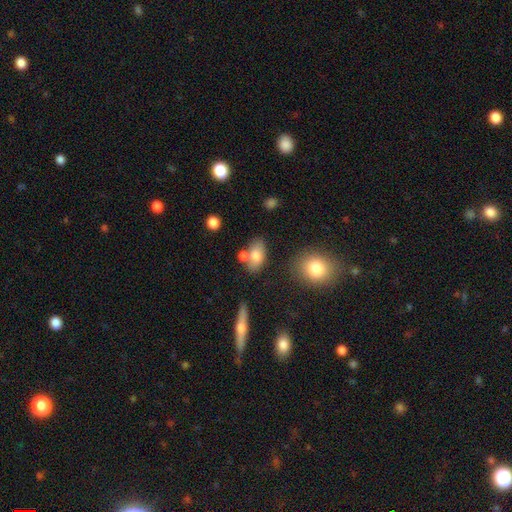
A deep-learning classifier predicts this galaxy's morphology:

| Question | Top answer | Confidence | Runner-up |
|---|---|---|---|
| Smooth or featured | smooth | 75% | featured or disk (16%) |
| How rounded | in between | 86% | round (11%) |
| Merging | none | 62% | merger (20%) |